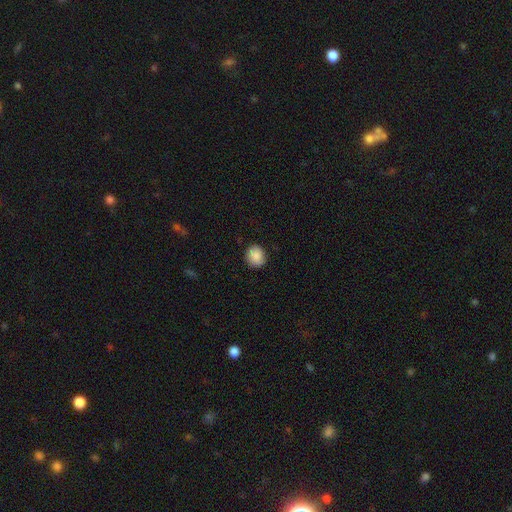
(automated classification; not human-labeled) Morphology: type=smooth (88%); roundness=round (75%); merging=none (87%).